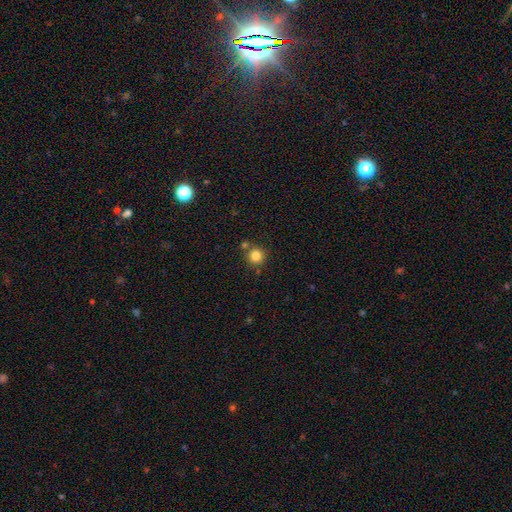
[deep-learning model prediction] A smooth galaxy with no disk features (84%) that is round (94%). Merging: none (77%).